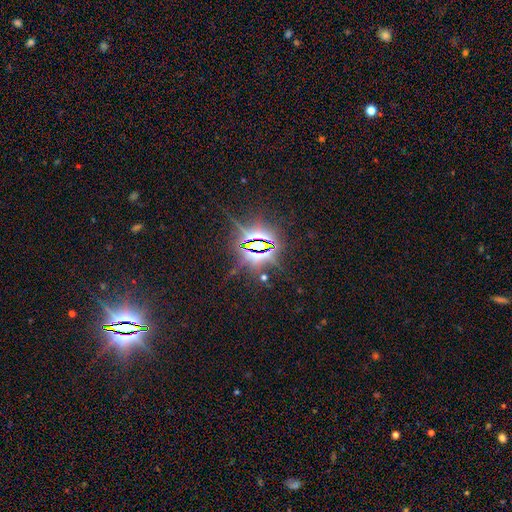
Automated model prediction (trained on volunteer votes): Smooth or featured?
  - star or artifact: 88% *
  - featured or disk: 6%
  - smooth: 6%